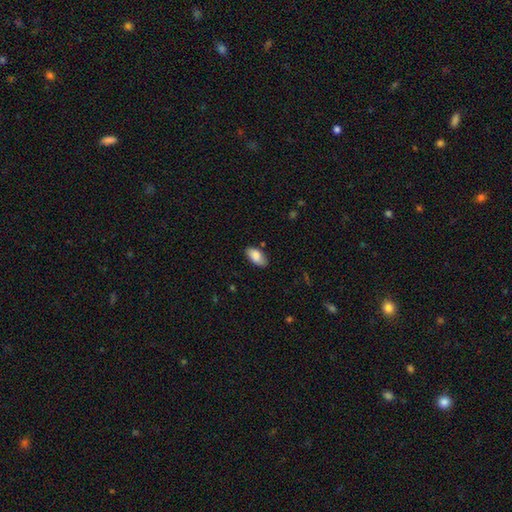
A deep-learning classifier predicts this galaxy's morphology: smooth_or_featured: smooth (p=0.83) [alt: featured or disk p=0.10]
how_rounded: in between (p=0.93) [alt: cigar-shaped p=0.04]
merging: none (p=0.78) [alt: minor disturbance p=0.17]